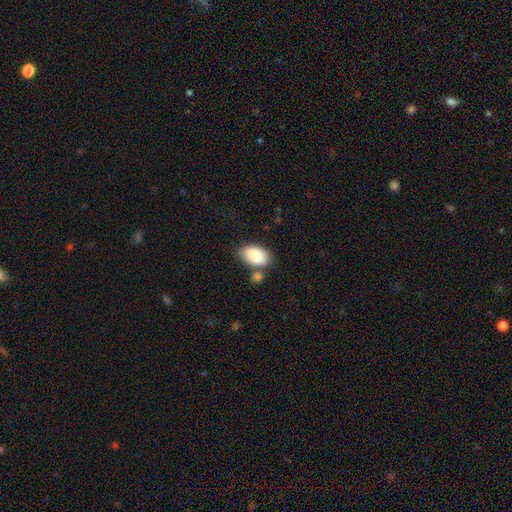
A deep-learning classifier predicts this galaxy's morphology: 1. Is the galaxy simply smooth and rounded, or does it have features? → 88% smooth, 6% star or artifact, 6% featured or disk.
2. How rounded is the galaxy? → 93% in between, 6% round, 1% cigar-shaped.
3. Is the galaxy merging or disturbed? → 56% none, 20% merger, 19% minor disturbance, 6% major disturbance.